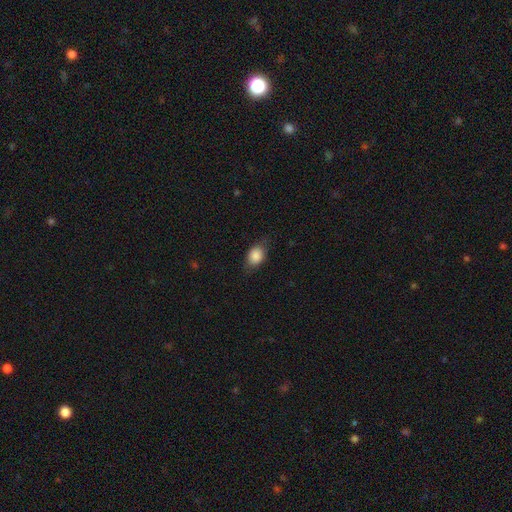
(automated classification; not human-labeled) Morphology: type=smooth (84%); roundness=in between (69%); merging=none (74%).